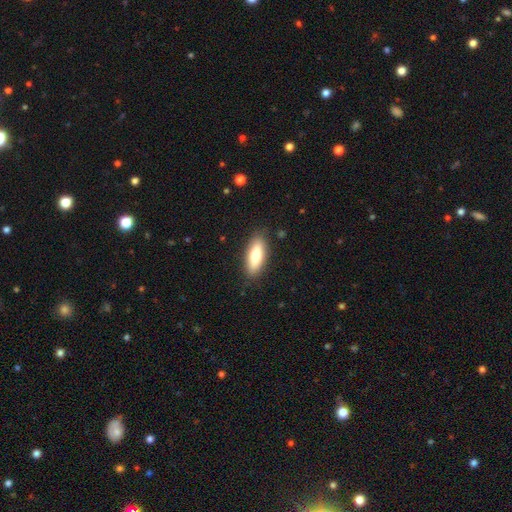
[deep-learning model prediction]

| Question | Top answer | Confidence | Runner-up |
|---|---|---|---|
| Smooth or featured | smooth | 77% | featured or disk (17%) |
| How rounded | in between | 68% | cigar-shaped (30%) |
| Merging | none | 86% | minor disturbance (11%) |